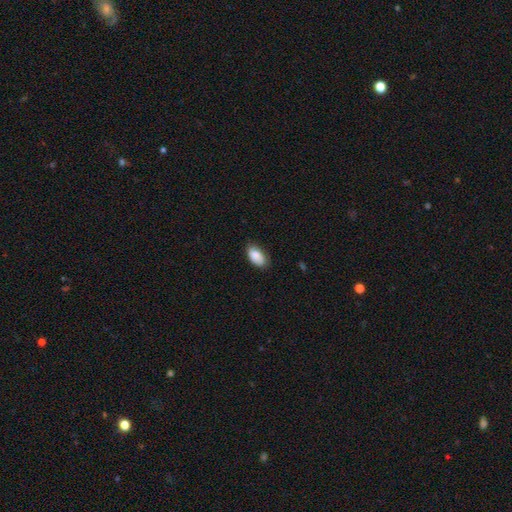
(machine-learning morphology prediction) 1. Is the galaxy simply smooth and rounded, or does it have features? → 85% smooth, 8% featured or disk, 6% star or artifact.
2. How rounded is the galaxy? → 94% in between, 3% round, 2% cigar-shaped.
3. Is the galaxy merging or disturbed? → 75% none, 21% minor disturbance, 3% major disturbance, 1% merger.